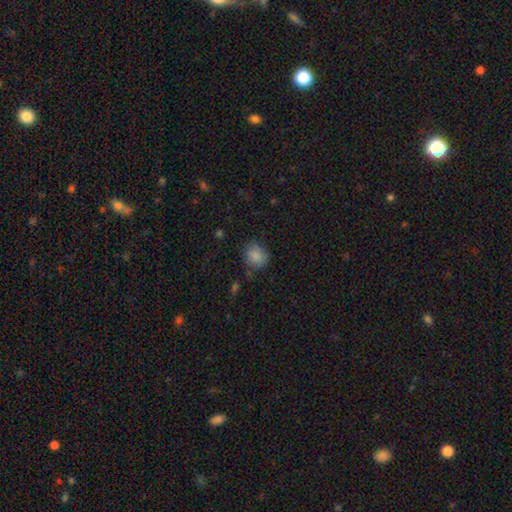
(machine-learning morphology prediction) smooth 85%, star or artifact 8%, featured or disk 7%. Down the decision tree: how rounded — round (76%); merging — none (73%).